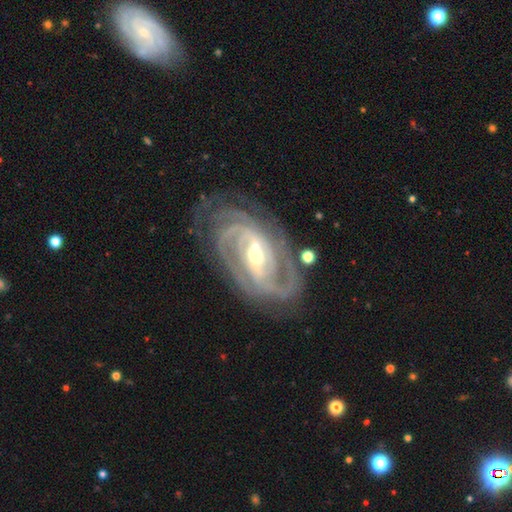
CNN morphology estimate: Smooth or featured? Predicted: featured or disk (p=0.92). Edge-on disk? Predicted: no (p=0.96). Bar? Predicted: strong (p=0.53). Spiral arms? Predicted: yes (p=0.98). Spiral winding? Predicted: tight (p=0.64). Spiral arm count? Predicted: 3 (p=0.31). Bulge size? Predicted: moderate (p=0.51). Merging? Predicted: none (p=0.74).